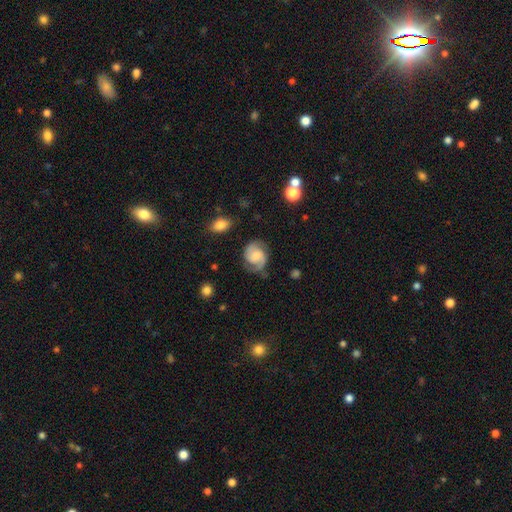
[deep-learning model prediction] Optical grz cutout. It shows a featured or disk galaxy (79%) with no bar (57%), 2 (86%) medium (46%) spiral arms (96%) and a small central bulge (46%). Merging: none (72%).